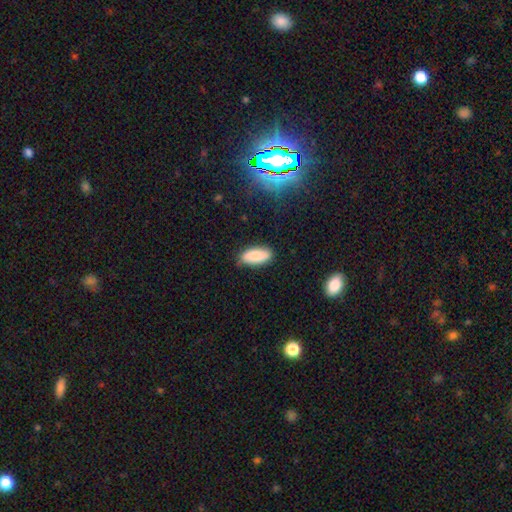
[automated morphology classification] A smooth galaxy with no disk features (82%) that is in between round and cigar-shaped (81%).

Vote fractions:
- Smooth or featured? smooth: 82% / featured or disk: 12% / star or artifact: 7%
- How rounded? in between: 81% / cigar-shaped: 16% / round: 2%
- Merging? none: 82% / minor disturbance: 14% / major disturbance: 3% / merger: 1%